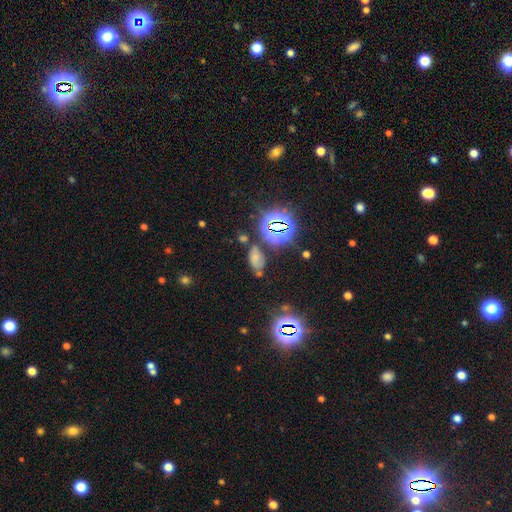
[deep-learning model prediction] Overall: star or artifact (53%; smooth 33%).